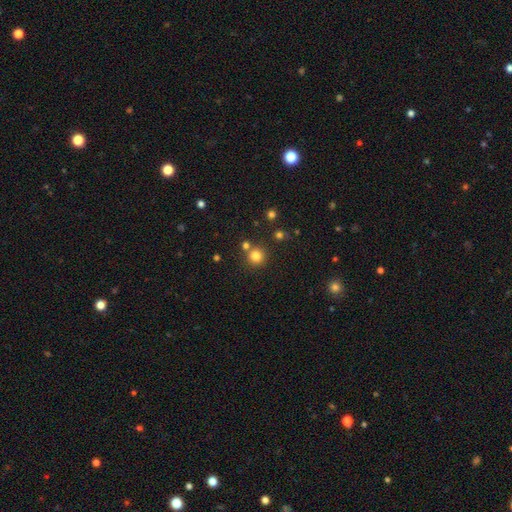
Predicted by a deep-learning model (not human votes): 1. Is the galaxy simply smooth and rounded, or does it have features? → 80% smooth, 14% star or artifact, 6% featured or disk.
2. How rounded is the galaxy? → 93% round, 6% in between, 1% cigar-shaped.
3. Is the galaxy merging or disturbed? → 76% none, 14% merger, 8% minor disturbance, 3% major disturbance.